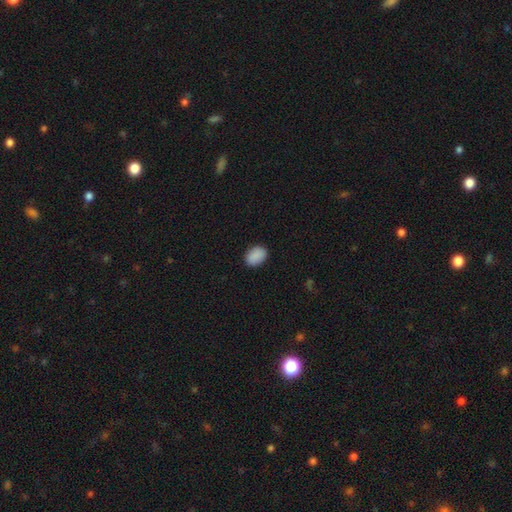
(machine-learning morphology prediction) Overall: smooth (90%). How rounded: in between (78%). Merging: none (88%).